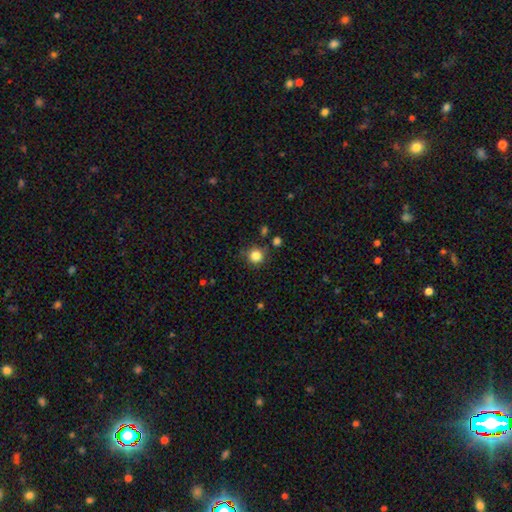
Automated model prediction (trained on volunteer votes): This appears to be a smooth galaxy with no disk features (83%) that is round (93%). Merging: none (81%).